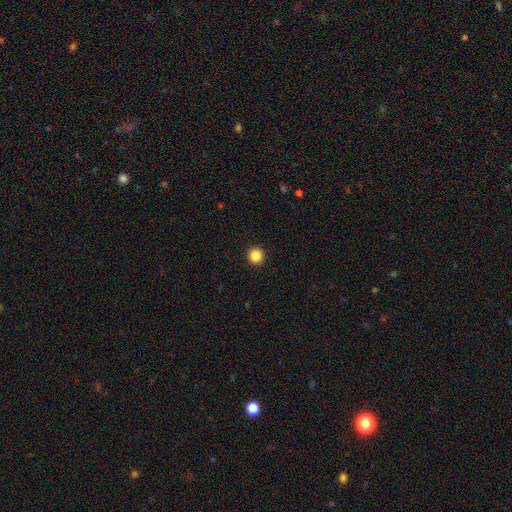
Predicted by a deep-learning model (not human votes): Smooth or featured? Predicted: smooth (p=0.87). How rounded? Predicted: round (p=0.96). Merging? Predicted: none (p=0.94).